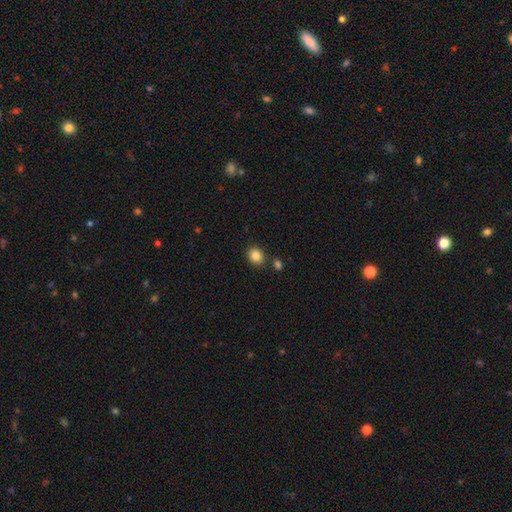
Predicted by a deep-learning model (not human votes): Smooth or featured: smooth — 86% (star or artifact — 10%)
How rounded: round — 58% (in between — 41%)
Merging: none — 81% (minor disturbance — 9%)